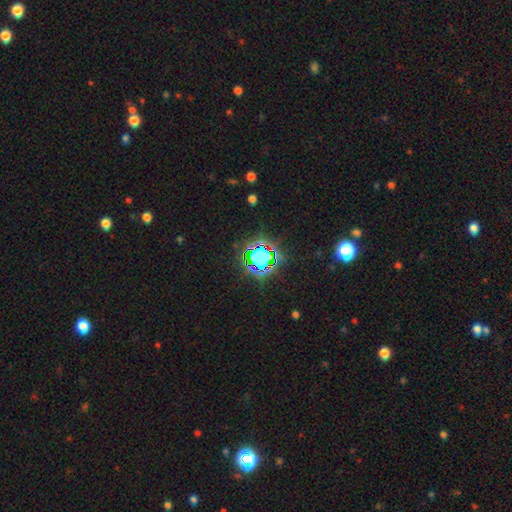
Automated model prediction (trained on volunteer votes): Smooth or featured? Predicted: star or artifact (p=0.76).